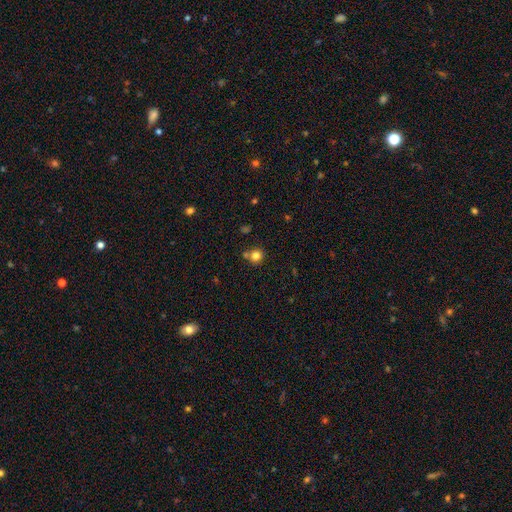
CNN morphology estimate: smooth-or-featured: smooth: 81% | star or artifact: 13% | featured or disk: 6%
  how-rounded: round: 87% | in between: 12% | cigar-shaped: 1%
  merging: none: 71% | merger: 16% | minor disturbance: 10% | major disturbance: 3%